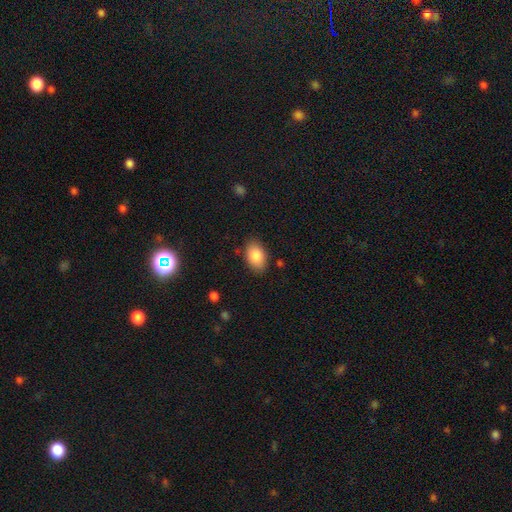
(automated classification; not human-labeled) This is clearly a smooth galaxy (85%). How rounded: clearly in between (90%). Merging: clearly none (84%).